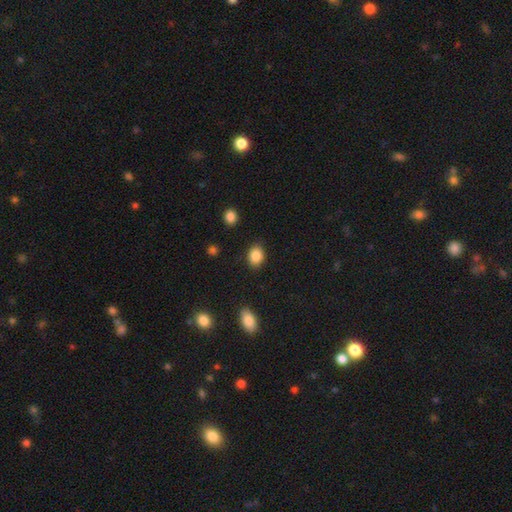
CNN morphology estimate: The model was most divided on "how rounded": in between: 63%, round: 36%, cigar-shaped: 1%. More confident: smooth or featured — smooth (87%); merging — none (86%).